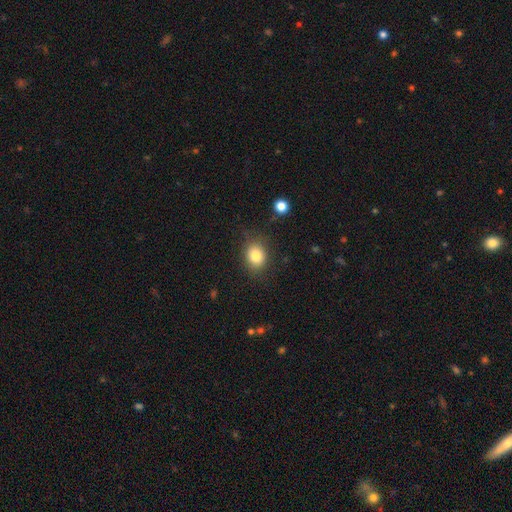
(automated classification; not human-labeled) The model was most divided on "how rounded": round: 53%, in between: 46%, cigar-shaped: 1%. More confident: smooth or featured — smooth (83%); merging — none (80%).